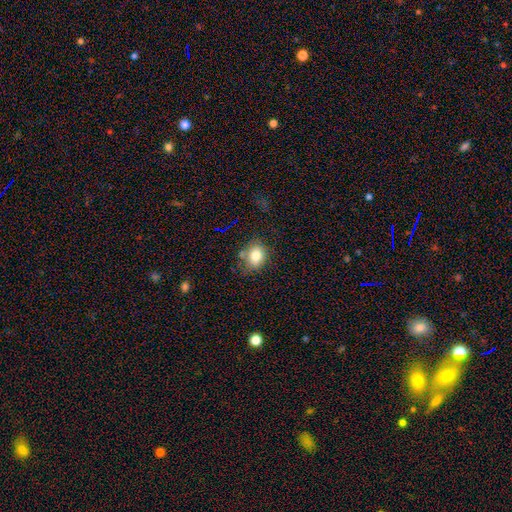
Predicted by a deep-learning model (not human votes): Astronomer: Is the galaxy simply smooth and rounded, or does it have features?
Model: smooth — 78%.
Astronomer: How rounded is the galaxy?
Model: round — 50% (runner-up: in between, 49%).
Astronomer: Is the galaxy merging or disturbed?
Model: none — 67%.